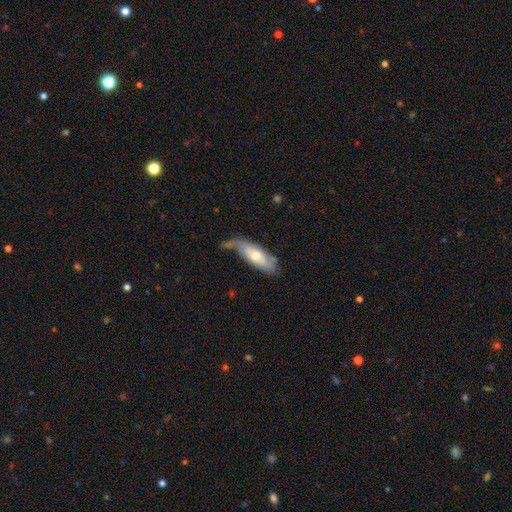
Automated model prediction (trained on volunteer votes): Morphology: type=smooth (55%); roundness=in between (60%); merging=none (42%).